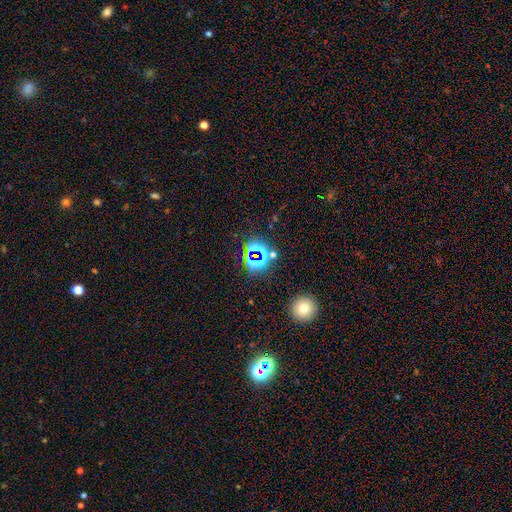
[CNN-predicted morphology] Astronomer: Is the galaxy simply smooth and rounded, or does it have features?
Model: star or artifact — 72%.